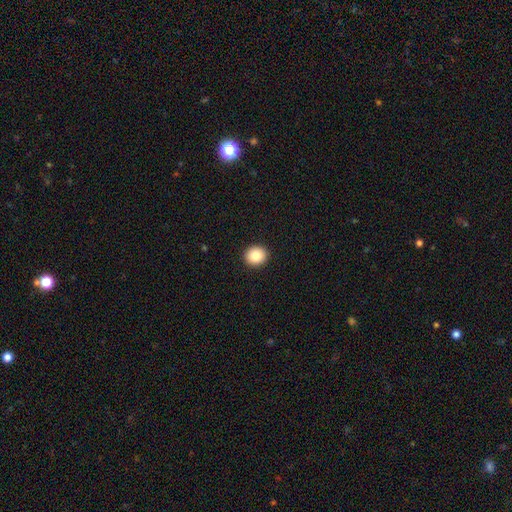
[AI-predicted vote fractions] Q: Smooth or featured?
A: smooth (84%); runner-up: star or artifact (9%)
Q: How rounded?
A: round (81%); runner-up: in between (18%)
Q: Merging?
A: none (93%); runner-up: minor disturbance (5%)